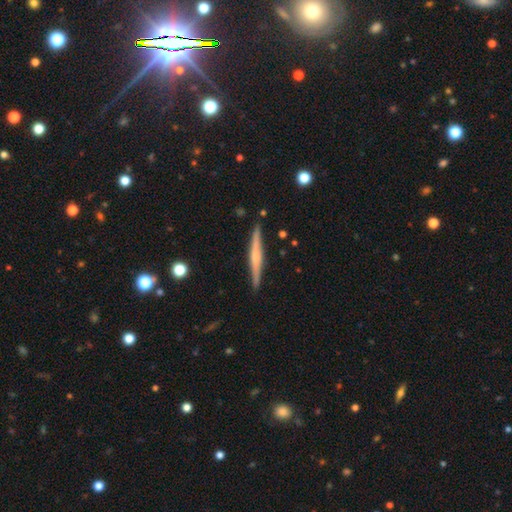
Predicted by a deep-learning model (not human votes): Smooth or featured?
  - featured or disk: 66% *
  - smooth: 28%
  - star or artifact: 6%
Edge-on disk?
  - yes: 98% *
  - no: 2%
Edge-on bulge?
  - rounded: 59% *
  - none: 24%
  - boxy: 16%
Merging?
  - none: 90% *
  - minor disturbance: 8%
  - major disturbance: 1%
  - merger: 1%